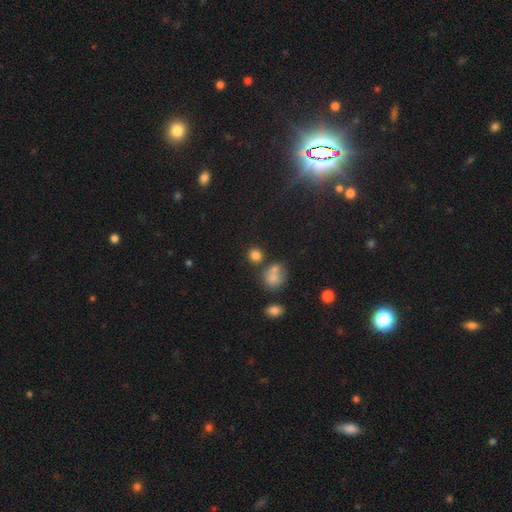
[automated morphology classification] The model was most divided on "merging": none: 68%, merger: 19%, minor disturbance: 9%, major disturbance: 4%. More confident: how rounded — round (86%); smooth or featured — smooth (79%).